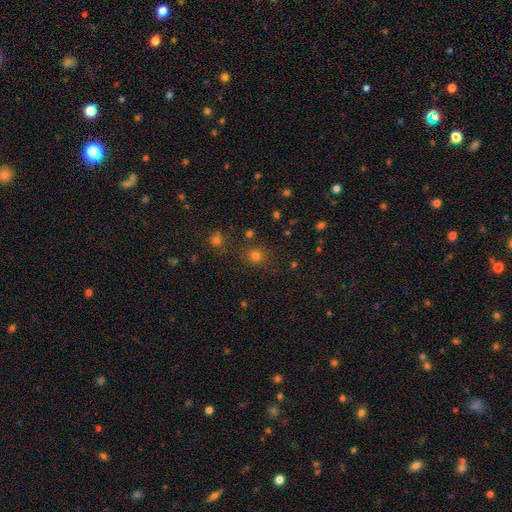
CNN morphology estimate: type=smooth (71%); roundness=round (84%); merging=none (80%).